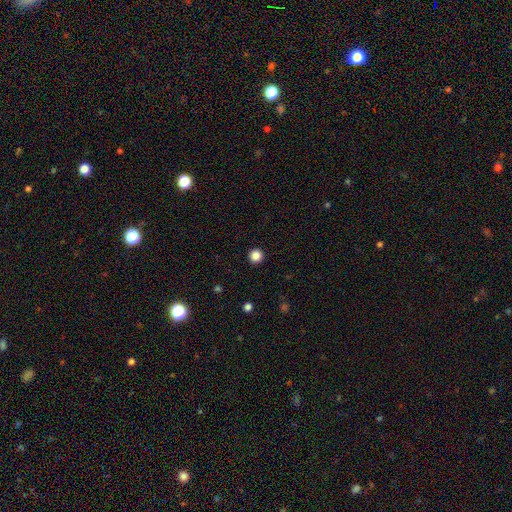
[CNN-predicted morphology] smooth 86%, star or artifact 11%, featured or disk 3%. Down the decision tree: how rounded — round (96%); merging — none (93%).